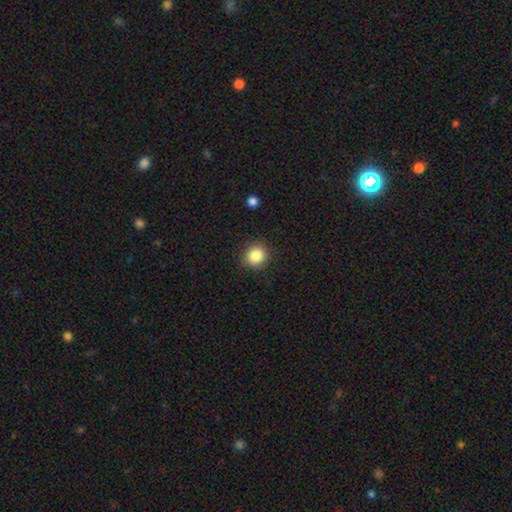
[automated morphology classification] This appears to be a smooth galaxy with no disk features (86%) that is round (90%). Merging: none (89%).